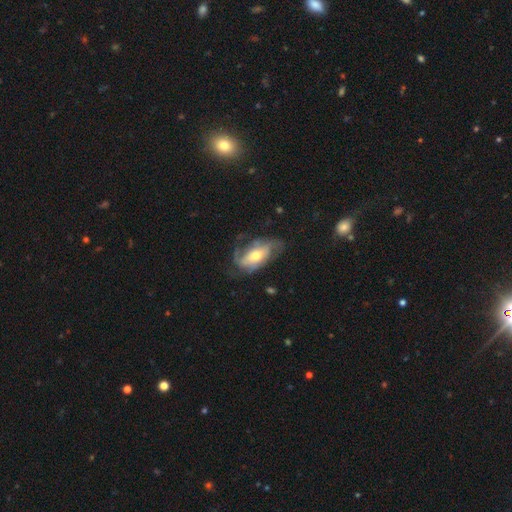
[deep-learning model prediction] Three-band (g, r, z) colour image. It shows a featured or disk galaxy (69%) with no bar (56%), 2 (39%) medium (39%) spiral arms (82%) and a moderate central bulge (67%). Merging: none (50%).